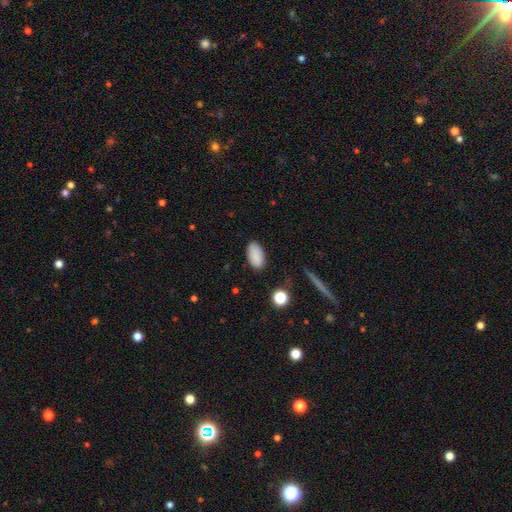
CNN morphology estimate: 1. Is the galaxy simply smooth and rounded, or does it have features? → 86% smooth, 8% star or artifact, 6% featured or disk.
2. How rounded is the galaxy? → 94% in between, 4% round, 2% cigar-shaped.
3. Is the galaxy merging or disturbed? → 84% none, 11% minor disturbance, 3% major disturbance, 1% merger.